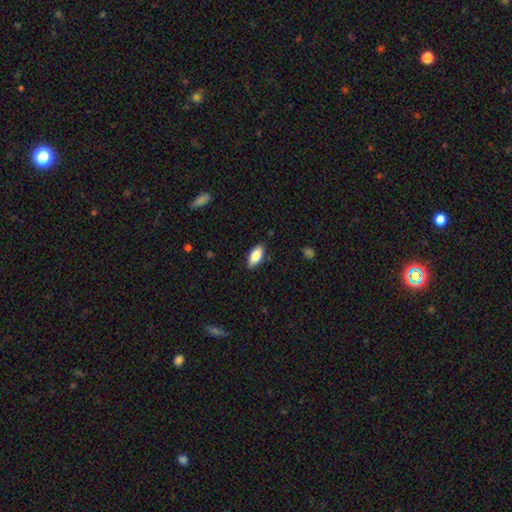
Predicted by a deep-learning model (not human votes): Morphology: type=smooth (85%); roundness=in between (90%); merging=none (86%).